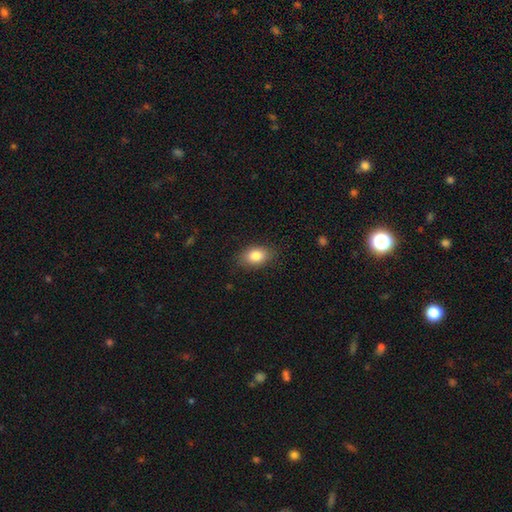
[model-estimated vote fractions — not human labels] Smooth or featured? Predicted: smooth (p=0.83). How rounded? Predicted: in between (p=0.85). Merging? Predicted: none (p=0.83).